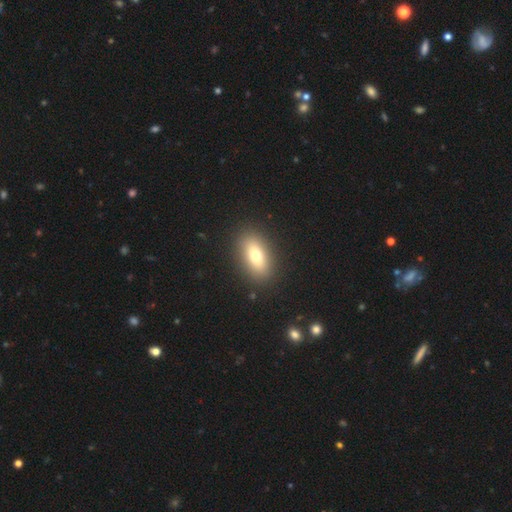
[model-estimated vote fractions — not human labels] A smooth galaxy with no disk features (71%) that is in between round and cigar-shaped (83%).

Vote fractions:
- Smooth or featured? smooth: 71% / featured or disk: 20% / star or artifact: 9%
- How rounded? in between: 83% / cigar-shaped: 10% / round: 8%
- Merging? none: 88% / minor disturbance: 8% / major disturbance: 3% / merger: 1%